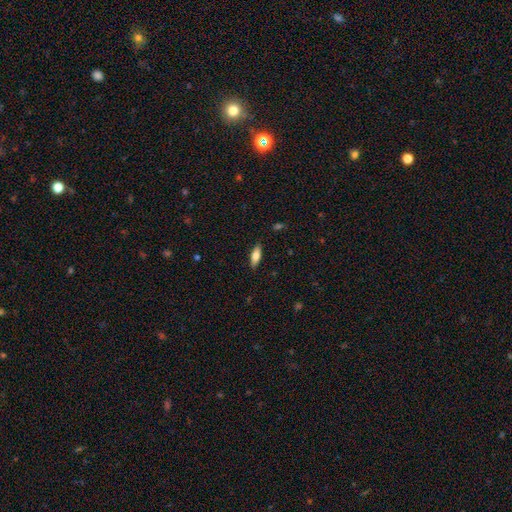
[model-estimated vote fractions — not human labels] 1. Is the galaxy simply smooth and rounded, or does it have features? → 72% smooth, 21% featured or disk, 7% star or artifact.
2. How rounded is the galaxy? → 66% in between, 31% cigar-shaped, 2% round.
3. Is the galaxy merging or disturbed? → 87% none, 10% minor disturbance, 2% major disturbance, 1% merger.